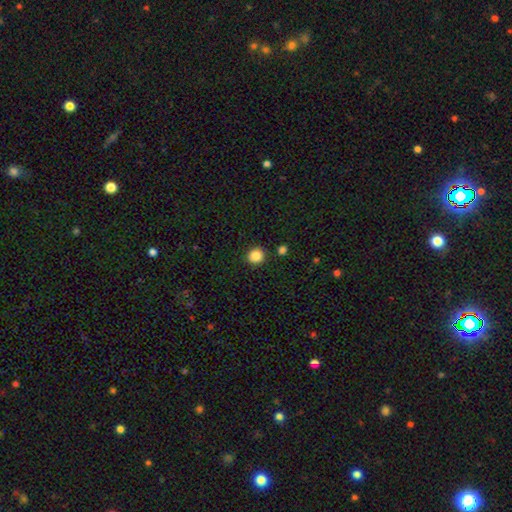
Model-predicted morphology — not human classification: Overall: smooth (87%). How rounded: round (91%). Merging: none (89%).